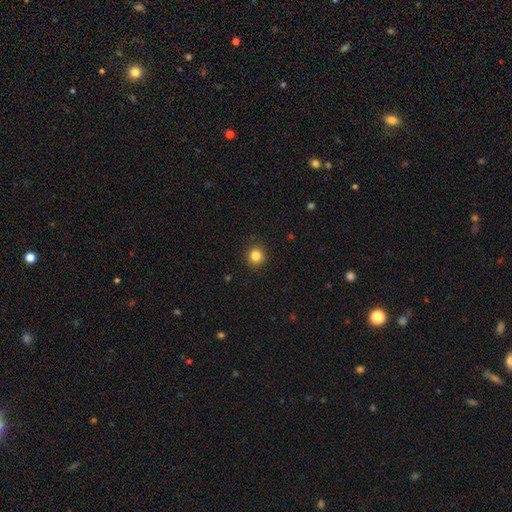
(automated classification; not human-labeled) smooth-or-featured: smooth: 84% | star or artifact: 11% | featured or disk: 4%
  how-rounded: round: 90% | in between: 9% | cigar-shaped: 1%
  merging: none: 91% | minor disturbance: 6% | major disturbance: 2% | merger: 1%